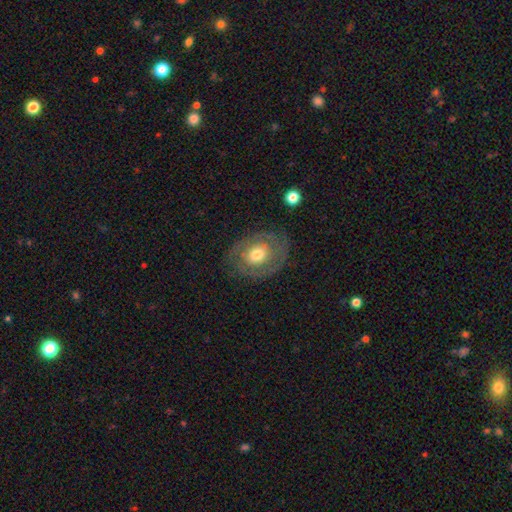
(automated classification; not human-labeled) A featured or disk galaxy (66%) with no bar (77%), spiral arms (62%) and a moderate central bulge (72%).

Vote fractions:
- Smooth or featured? featured or disk: 66% / smooth: 27% / star or artifact: 7%
- Edge-on disk? no: 95% / yes: 5%
- Bar? no: 77% / weak: 18% / strong: 5%
- Spiral arms? yes: 62% / no: 38%
- Bulge size? moderate: 72% / large: 15% / small: 11% / dominant: 1% / none: 1%
- Merging? none: 79% / minor disturbance: 14% / major disturbance: 6% / merger: 1%